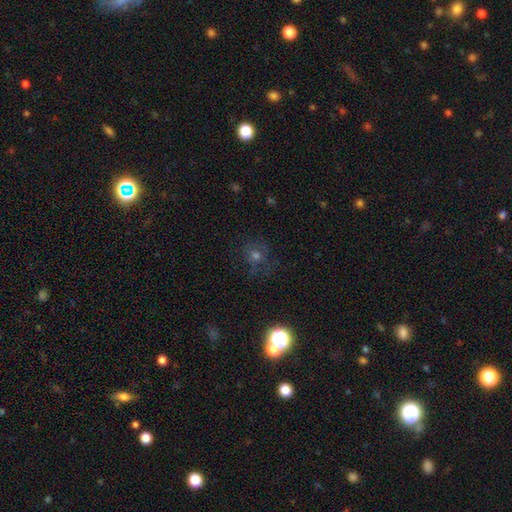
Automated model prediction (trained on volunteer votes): smooth 47%, star or artifact 36%, featured or disk 17%. Down the decision tree: merging — none (75%).